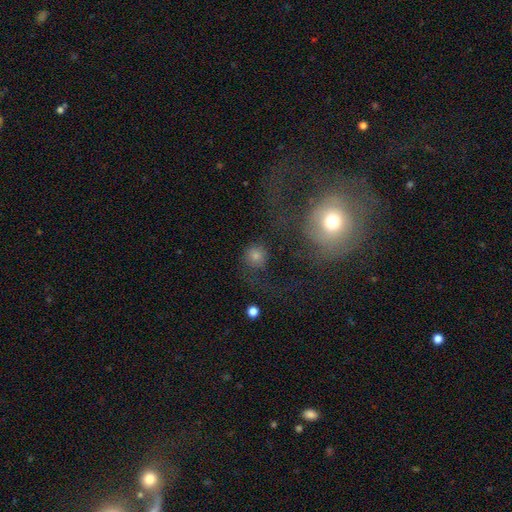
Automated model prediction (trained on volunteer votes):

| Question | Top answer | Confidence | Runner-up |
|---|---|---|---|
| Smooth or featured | smooth | 62% | featured or disk (23%) |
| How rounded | round | 88% | in between (11%) |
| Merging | none | 48% | major disturbance (28%) |